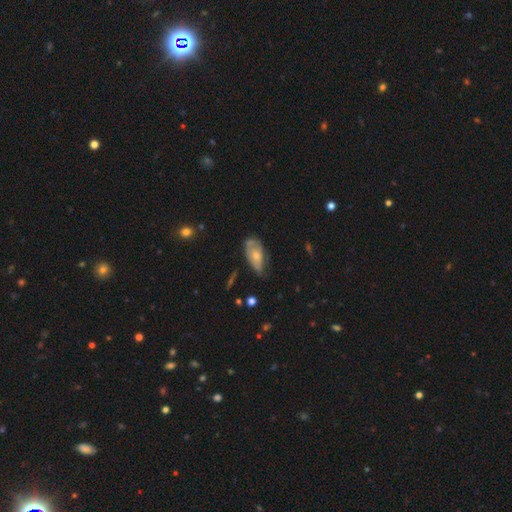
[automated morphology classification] Overall: smooth (52%; featured or disk 41%). How rounded: in between (89%). Merging: none (43%; minor disturbance 37%).